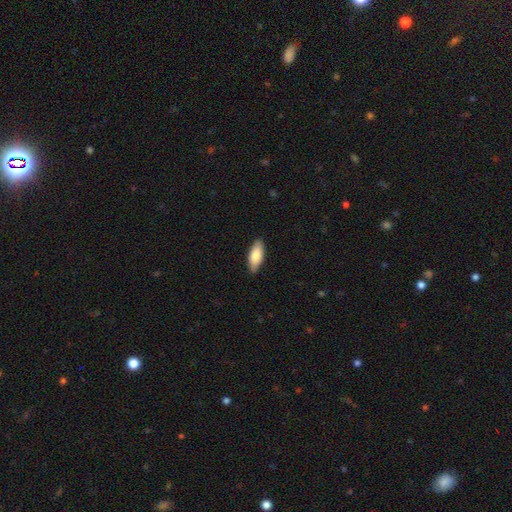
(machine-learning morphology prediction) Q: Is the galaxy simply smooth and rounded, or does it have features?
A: smooth — 82%.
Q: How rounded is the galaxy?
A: in between — 81%.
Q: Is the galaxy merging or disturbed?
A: none — 86%.